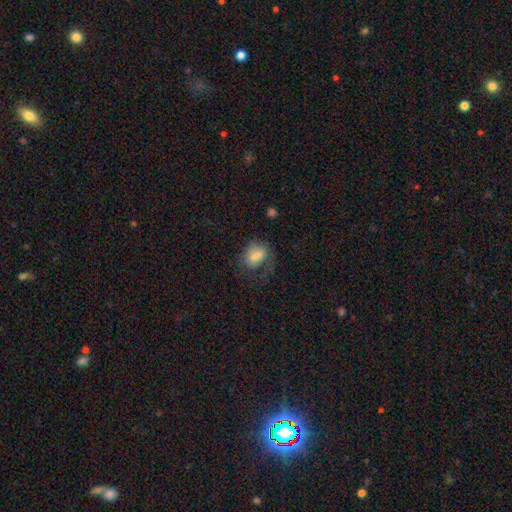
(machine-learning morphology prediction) This appears to be a smooth galaxy with no disk features (69%) that is in between round and cigar-shaped (67%). Merging: none (44%).